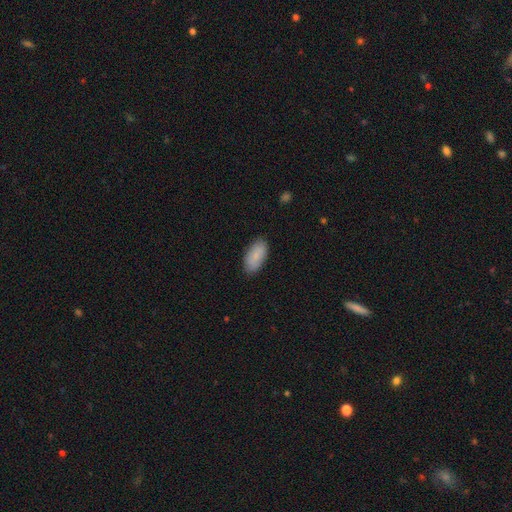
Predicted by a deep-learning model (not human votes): Smooth or featured: smooth — 83% (featured or disk — 11%)
How rounded: in between — 93% (cigar-shaped — 5%)
Merging: none — 85% (minor disturbance — 12%)